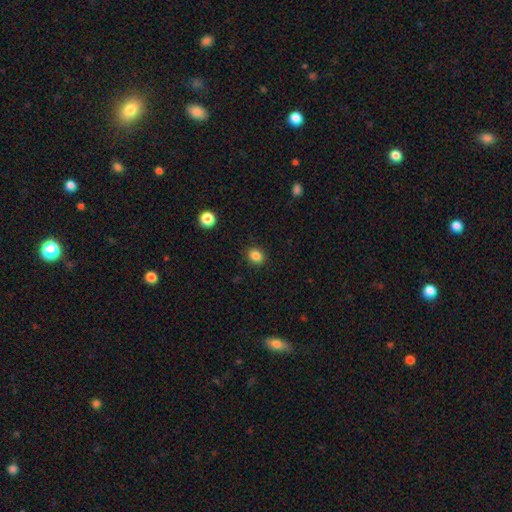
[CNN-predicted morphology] Smooth or featured?
  - smooth: 85% *
  - star or artifact: 11%
  - featured or disk: 4%
How rounded?
  - round: 74% *
  - in between: 26%
  - cigar-shaped: 1%
Merging?
  - none: 90% *
  - minor disturbance: 7%
  - major disturbance: 2%
  - merger: 1%